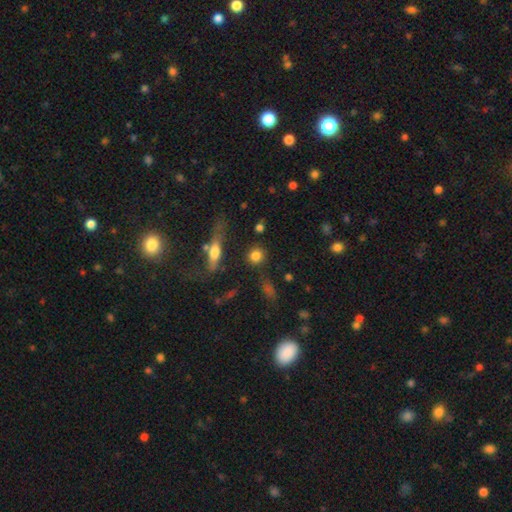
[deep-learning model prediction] This appears to be a smooth galaxy with no disk features (80%) that is round (84%). Merging: none (76%).